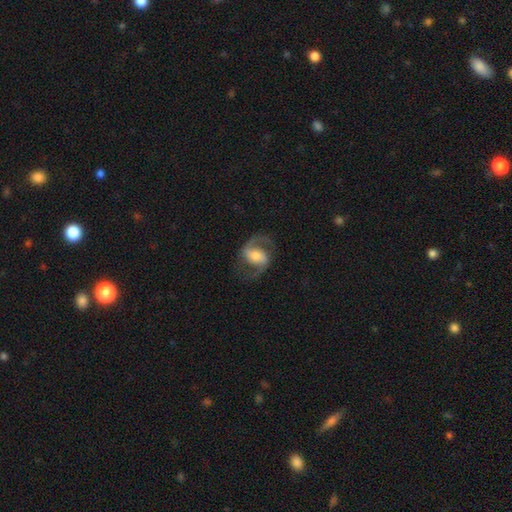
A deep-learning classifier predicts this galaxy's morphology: Overall: featured or disk (81%). Edge-on disk: no (97%). Bar: weak (40%; strong 33%). Spiral arms: yes (94%). Spiral arm count: 2 (92%). Spiral winding: medium (53%; loose 34%). Bulge size: moderate (53%; small 24%). Merging: none (74%).